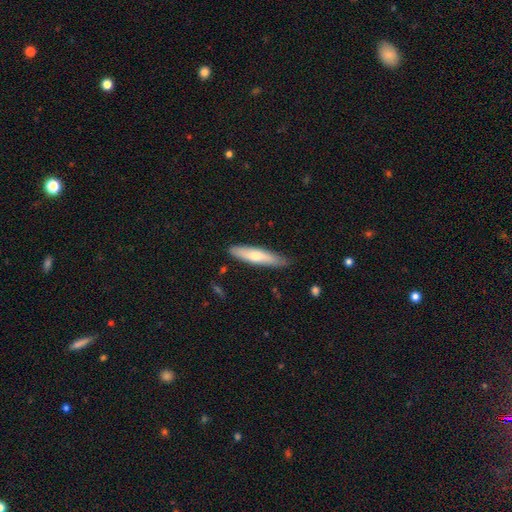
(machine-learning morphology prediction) This is possibly a smooth galaxy (58%). How rounded: clearly cigar-shaped (81%). Merging: clearly none (84%).